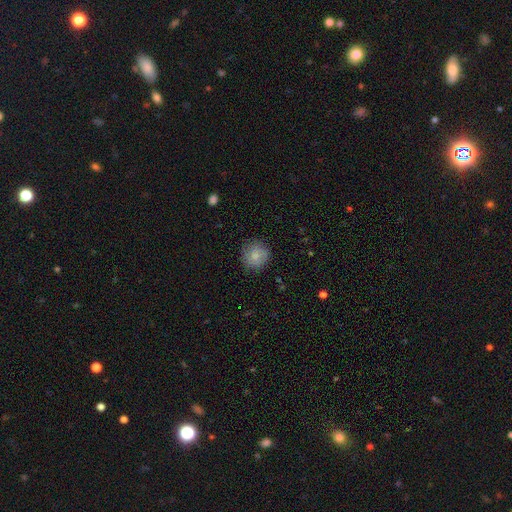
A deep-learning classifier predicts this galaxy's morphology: A smooth galaxy with no disk features (78%) that is round (90%).

Vote fractions:
- Smooth or featured? smooth: 78% / featured or disk: 14% / star or artifact: 8%
- How rounded? round: 90% / in between: 9% / cigar-shaped: 1%
- Merging? none: 79% / minor disturbance: 16% / major disturbance: 4% / merger: 1%